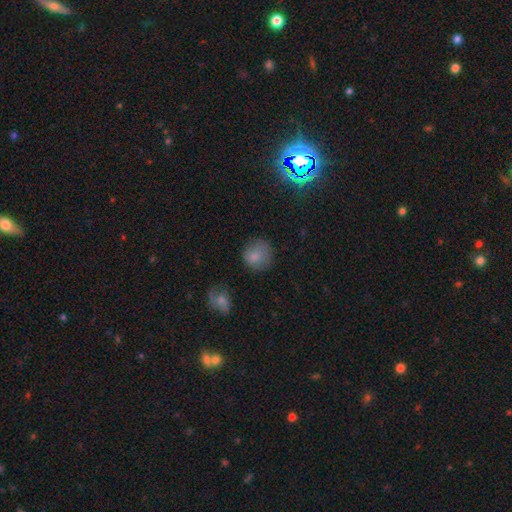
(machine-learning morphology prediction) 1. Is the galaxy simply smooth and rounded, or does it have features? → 83% smooth, 10% star or artifact, 7% featured or disk.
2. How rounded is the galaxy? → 87% round, 12% in between, 1% cigar-shaped.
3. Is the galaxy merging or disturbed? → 73% none, 19% minor disturbance, 6% major disturbance, 2% merger.